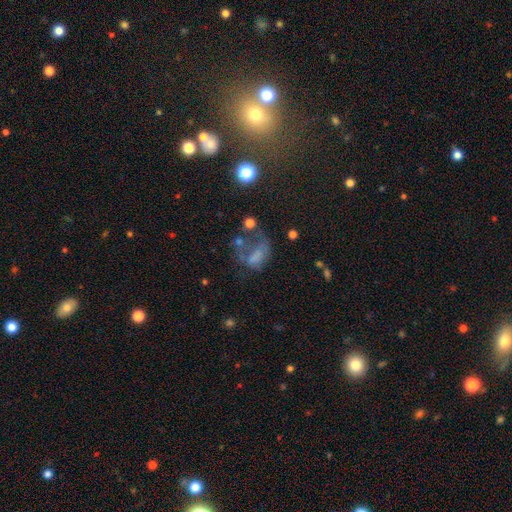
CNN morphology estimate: The model was most divided on "smooth or featured": smooth: 47%, featured or disk: 33%, star or artifact: 20%. Remaining: merging — major disturbance (48%).